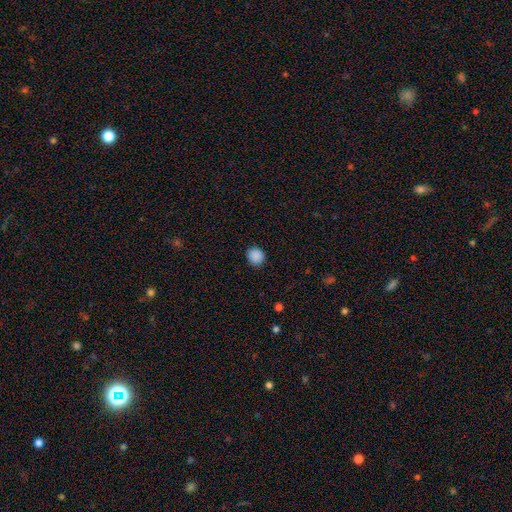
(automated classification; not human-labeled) A smooth galaxy with no disk features (89%) that is round (77%).

Vote fractions:
- Smooth or featured? smooth: 89% / star or artifact: 9% / featured or disk: 2%
- How rounded? round: 77% / in between: 22% / cigar-shaped: 1%
- Merging? none: 88% / minor disturbance: 9% / major disturbance: 2% / merger: 1%